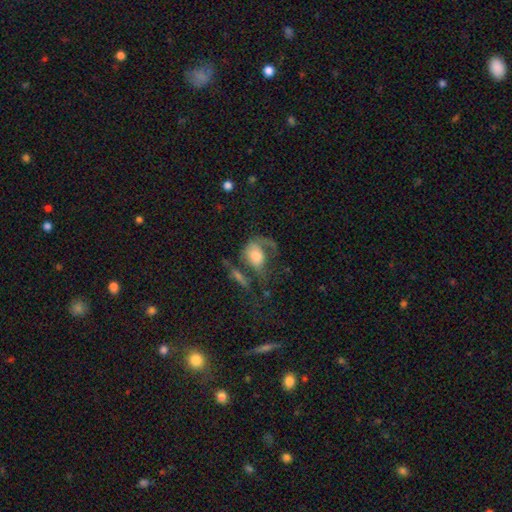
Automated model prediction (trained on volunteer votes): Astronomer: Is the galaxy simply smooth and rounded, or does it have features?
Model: smooth — 46% (runner-up: featured or disk, 45%).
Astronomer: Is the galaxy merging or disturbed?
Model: major disturbance — 46% (runner-up: none, 23%).